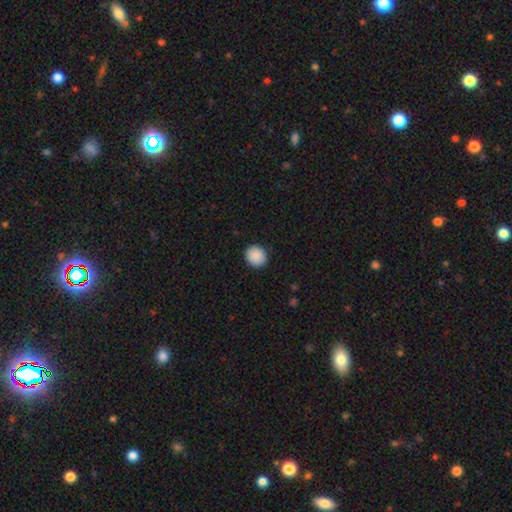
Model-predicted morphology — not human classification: Smooth or featured: smooth — 90% (star or artifact — 7%)
How rounded: round — 83% (in between — 16%)
Merging: none — 91% (minor disturbance — 7%)